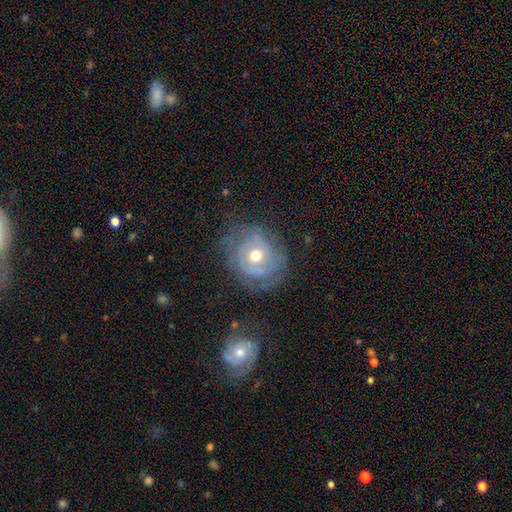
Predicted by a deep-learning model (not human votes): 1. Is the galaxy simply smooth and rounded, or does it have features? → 66% featured or disk, 26% smooth, 7% star or artifact.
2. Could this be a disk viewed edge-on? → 96% no, 4% yes.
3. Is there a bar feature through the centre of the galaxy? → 78% no, 17% weak, 4% strong.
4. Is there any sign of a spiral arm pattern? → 65% yes, 35% no.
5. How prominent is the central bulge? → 75% moderate, 17% small, 6% large, 1% dominant, 1% none.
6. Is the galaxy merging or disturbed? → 62% none, 22% minor disturbance, 14% major disturbance, 2% merger.